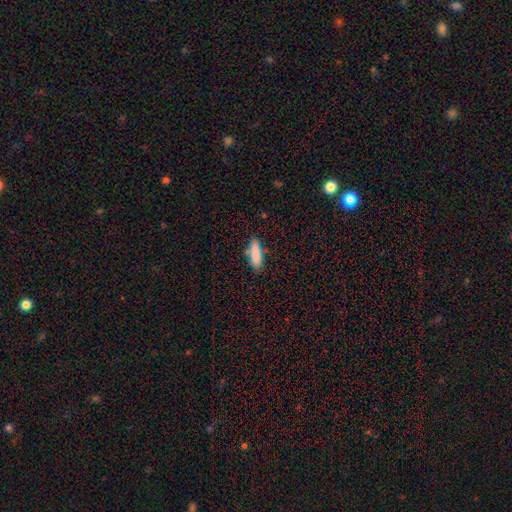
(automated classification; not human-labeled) Smooth or featured? smooth (86%)
How rounded? cigar-shaped (57%)
Merging? none (78%)